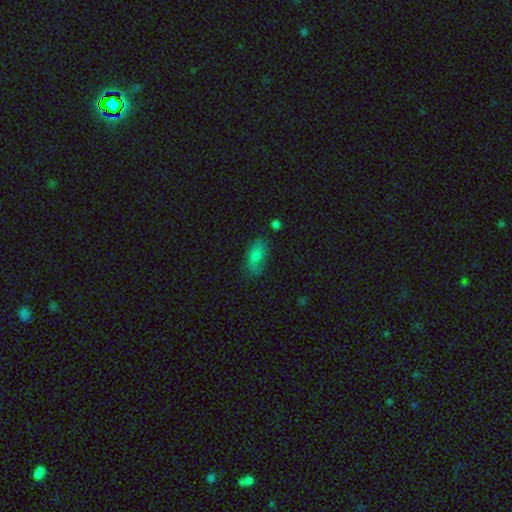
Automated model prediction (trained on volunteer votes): Morphology: type=smooth (75%); roundness=in between (87%); merging=none (64%).